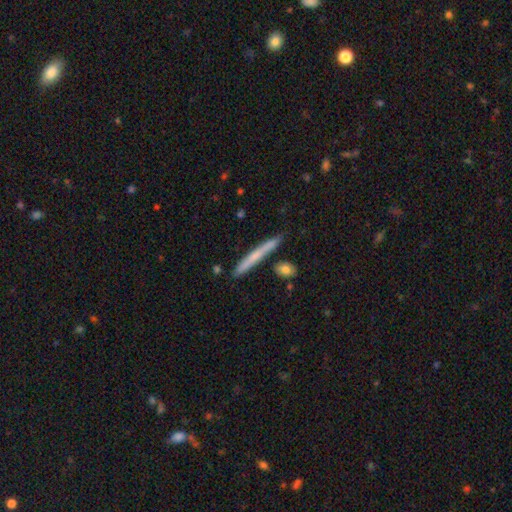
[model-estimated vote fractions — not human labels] A smooth galaxy with no disk features (56%) that is cigar-shaped (96%). Merging: none (83%).